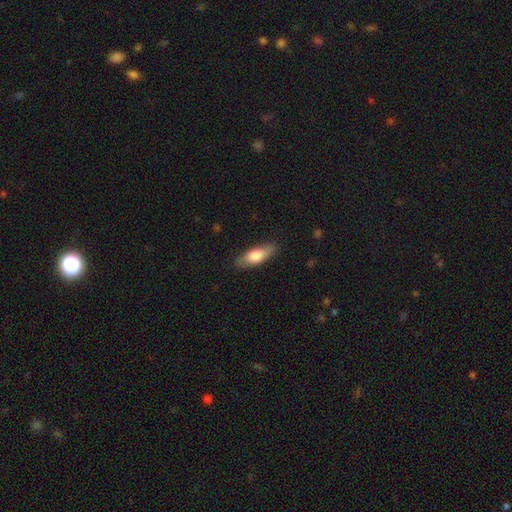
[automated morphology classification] smooth-or-featured: smooth: 77% | featured or disk: 18% | star or artifact: 6%
  how-rounded: in between: 69% | cigar-shaped: 29% | round: 2%
  merging: none: 83% | minor disturbance: 13% | major disturbance: 3% | merger: 1%